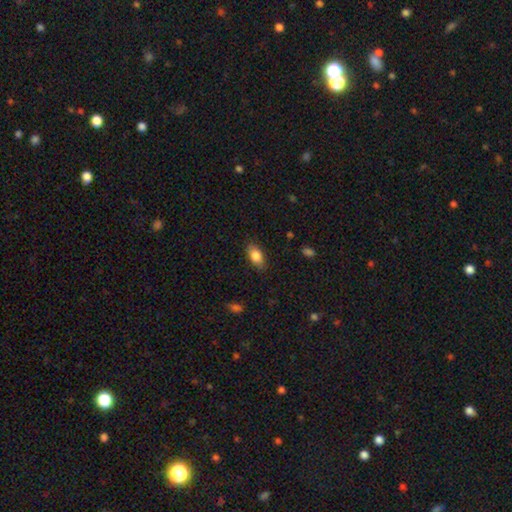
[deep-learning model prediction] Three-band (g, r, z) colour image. It shows a smooth galaxy with no disk features (84%) that is in between round and cigar-shaped (89%). Merging: none (84%).